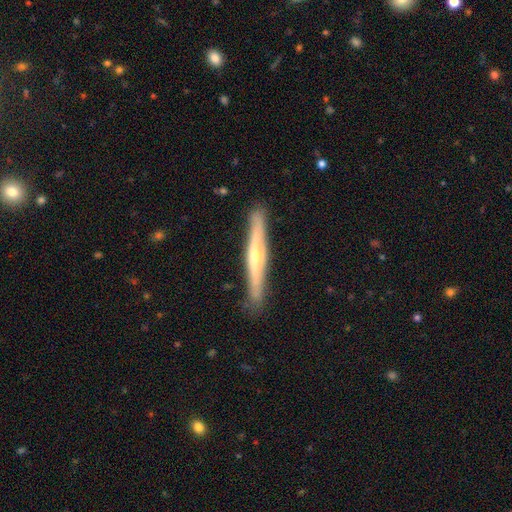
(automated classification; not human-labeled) Overall: featured or disk (68%). Edge-on disk: yes (94%). Edge-on bulge: rounded (75%). Merging: none (87%).